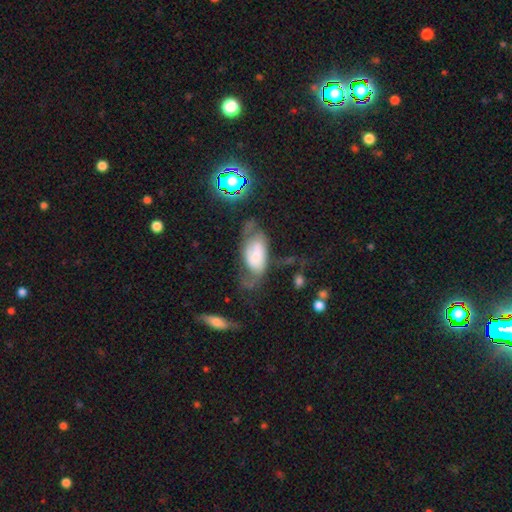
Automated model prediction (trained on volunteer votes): Smooth or featured: featured or disk — 54% (smooth — 38%)
Edge-on disk: no — 90% (yes — 10%)
Merging: major disturbance — 41% (none — 31%)